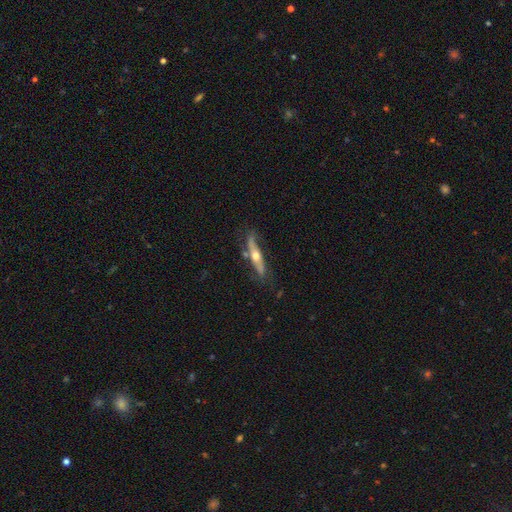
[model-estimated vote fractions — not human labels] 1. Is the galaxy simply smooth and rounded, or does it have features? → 59% featured or disk, 35% smooth, 6% star or artifact.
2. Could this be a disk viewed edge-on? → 79% yes, 21% no.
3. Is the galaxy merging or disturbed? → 67% none, 21% minor disturbance, 6% major disturbance, 6% merger.